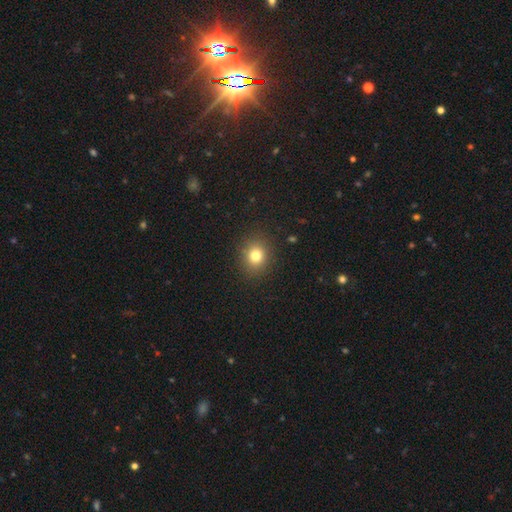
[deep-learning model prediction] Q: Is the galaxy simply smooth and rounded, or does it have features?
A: smooth — 79%.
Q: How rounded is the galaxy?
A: round — 77%.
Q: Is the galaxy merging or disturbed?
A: none — 89%.